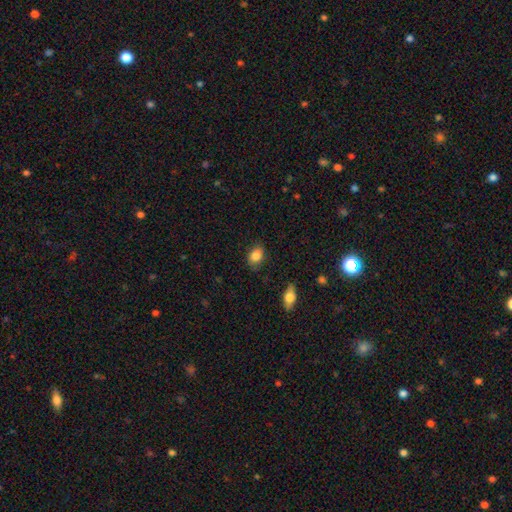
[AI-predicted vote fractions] This appears to be a smooth galaxy with no disk features (84%) that is in between round and cigar-shaped (74%). Merging: none (73%).